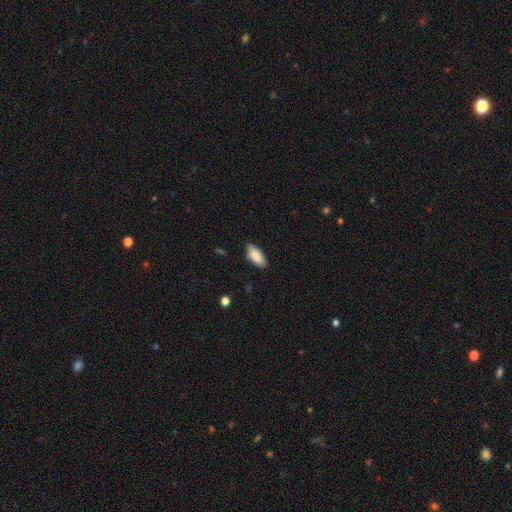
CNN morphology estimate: Smooth or featured: smooth — 87% (featured or disk — 7%)
How rounded: in between — 87% (cigar-shaped — 11%)
Merging: none — 83% (minor disturbance — 13%)